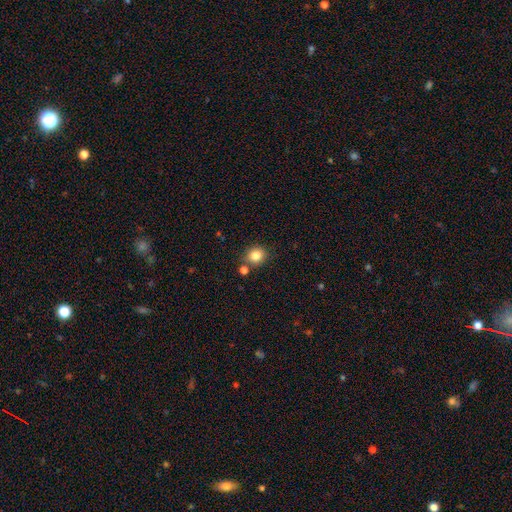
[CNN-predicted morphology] type=smooth (83%); roundness=round (79%); merging=none (77%).